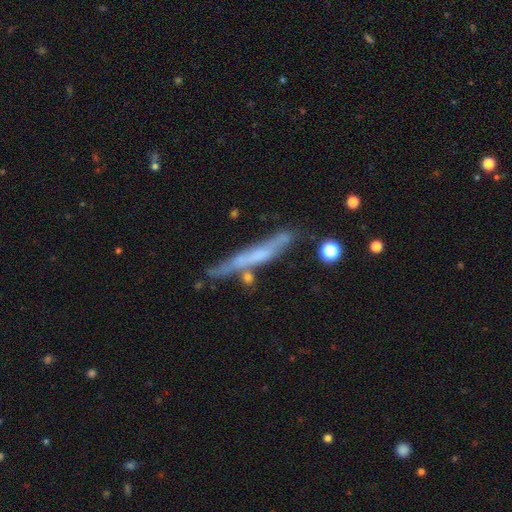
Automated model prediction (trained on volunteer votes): Smooth or featured? Predicted: featured or disk (p=0.54). Edge-on disk? Predicted: yes (p=0.87). Merging? Predicted: none (p=0.65).